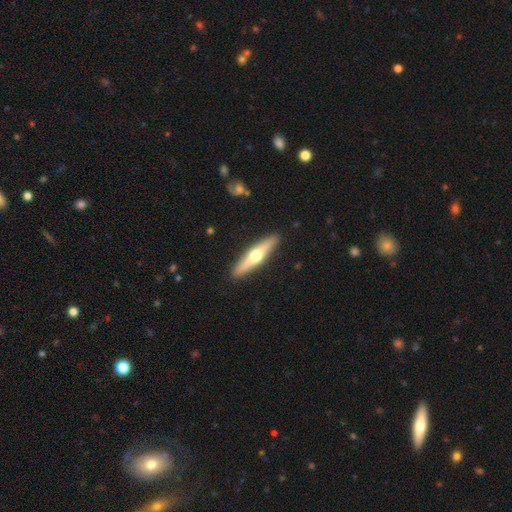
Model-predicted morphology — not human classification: This appears to be a featured or disk galaxy (54%) viewed edge-on (93%) with a rounded central bulge (93%). Merging: none (91%).